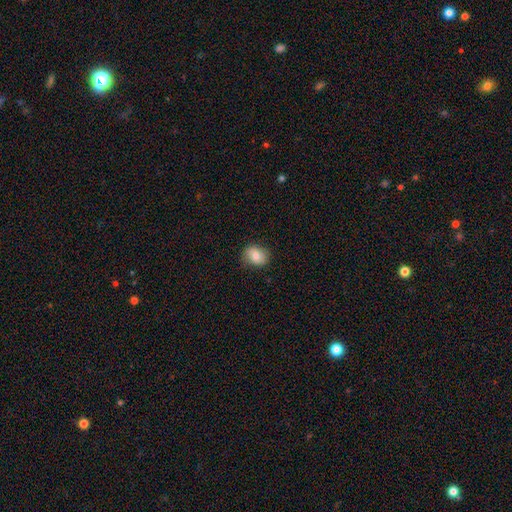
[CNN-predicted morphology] A smooth galaxy with no disk features (77%) that is round (50%).

Vote fractions:
- Smooth or featured? smooth: 77% / featured or disk: 15% / star or artifact: 8%
- How rounded? round: 50% / in between: 49% / cigar-shaped: 1%
- Merging? none: 78% / minor disturbance: 17% / major disturbance: 4% / merger: 1%